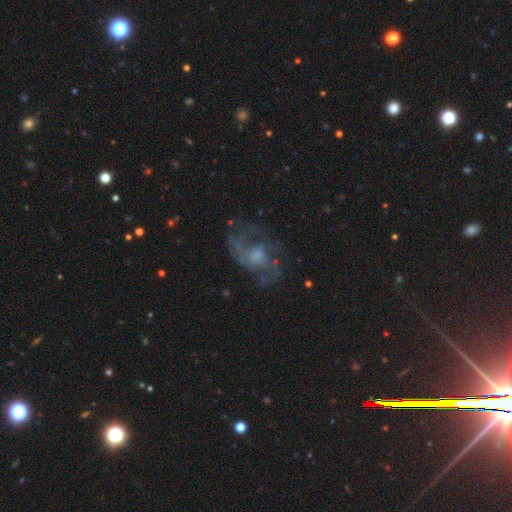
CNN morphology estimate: Smooth or featured? Predicted: featured or disk (p=0.76). Edge-on disk? Predicted: no (p=0.97). Bar? Predicted: no (p=0.64). Spiral arms? Predicted: yes (p=0.82). Spiral winding? Predicted: medium (p=0.44). Spiral arm count? Predicted: 2 (p=0.42). Bulge size? Predicted: moderate (p=0.39). Merging? Predicted: none (p=0.55).